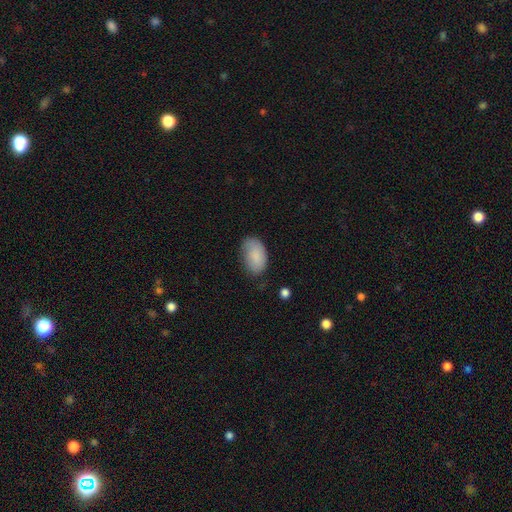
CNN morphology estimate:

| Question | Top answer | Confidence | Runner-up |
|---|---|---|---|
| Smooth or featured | smooth | 86% | featured or disk (8%) |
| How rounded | in between | 93% | round (6%) |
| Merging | none | 65% | minor disturbance (27%) |